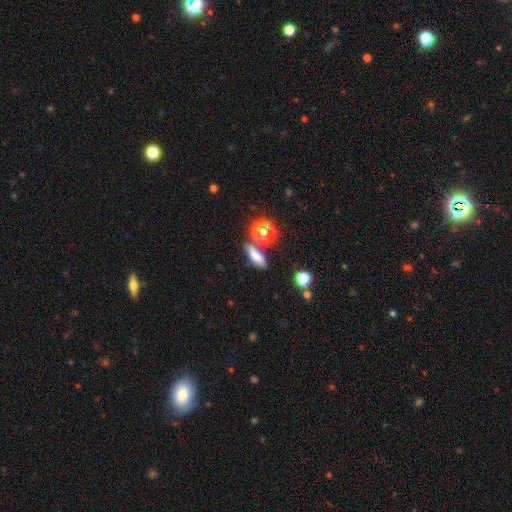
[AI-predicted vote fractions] Smooth or featured?
  - smooth: 70% *
  - star or artifact: 17%
  - featured or disk: 13%
How rounded?
  - in between: 47% *
  - cigar-shaped: 40%
  - round: 12%
Merging?
  - none: 65% *
  - merger: 16%
  - minor disturbance: 14%
  - major disturbance: 5%